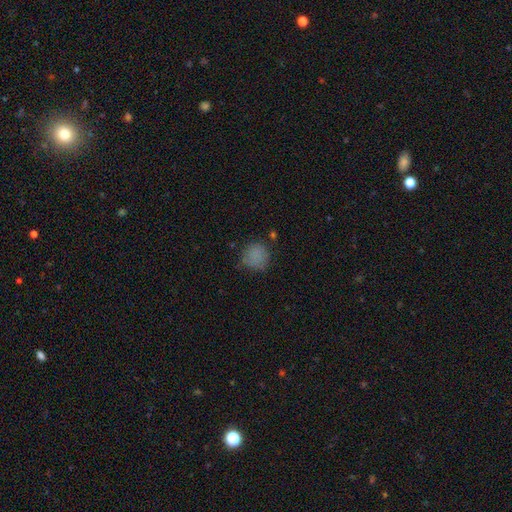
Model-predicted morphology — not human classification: smooth 81%, star or artifact 12%, featured or disk 7%. Down the decision tree: how rounded — round (87%); merging — none (70%).